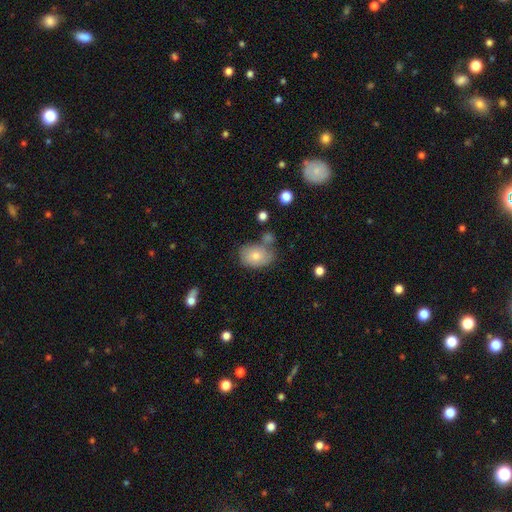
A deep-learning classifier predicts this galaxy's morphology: The model was most divided on "merging": none: 56%, minor disturbance: 23%, merger: 15%, major disturbance: 7%. More confident: smooth or featured — smooth (72%); how rounded — in between (71%).